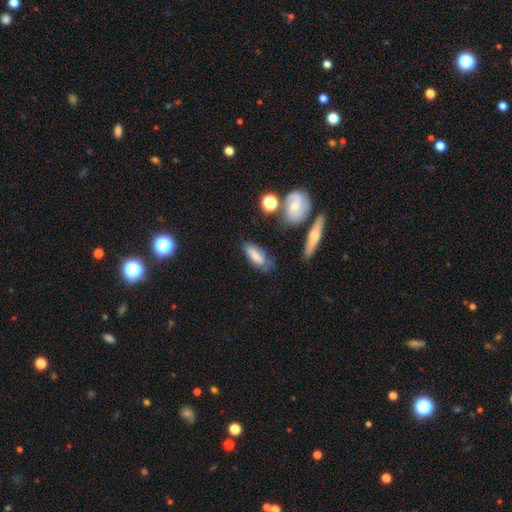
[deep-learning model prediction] Smooth or featured: smooth — 73% (featured or disk — 19%)
How rounded: in between — 67% (cigar-shaped — 30%)
Merging: none — 60% (minor disturbance — 25%)